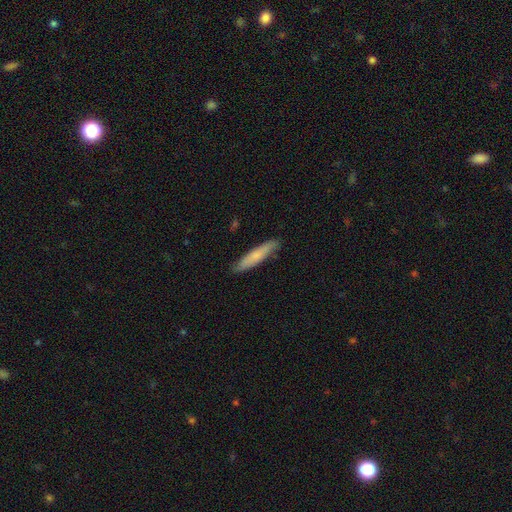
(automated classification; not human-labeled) smooth 66%, featured or disk 28%, star or artifact 6%. Down the decision tree: how rounded — cigar-shaped (88%); merging — none (84%).